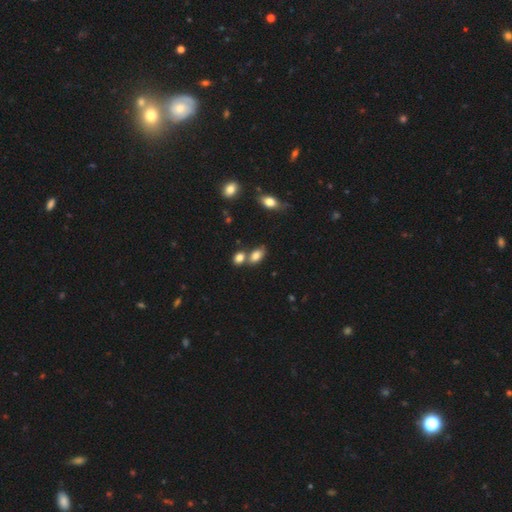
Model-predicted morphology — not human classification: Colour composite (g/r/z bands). It shows a smooth galaxy with no disk features (80%) that is in between round and cigar-shaped (86%). Merging: none (48%).